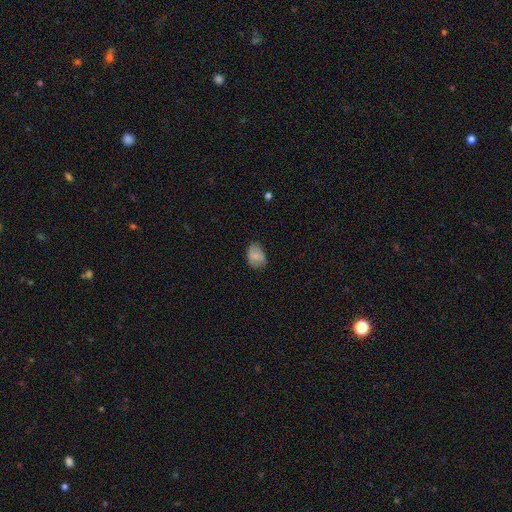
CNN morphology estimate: A smooth galaxy with no disk features (77%) that is in between round and cigar-shaped (71%). Merging: none (69%).